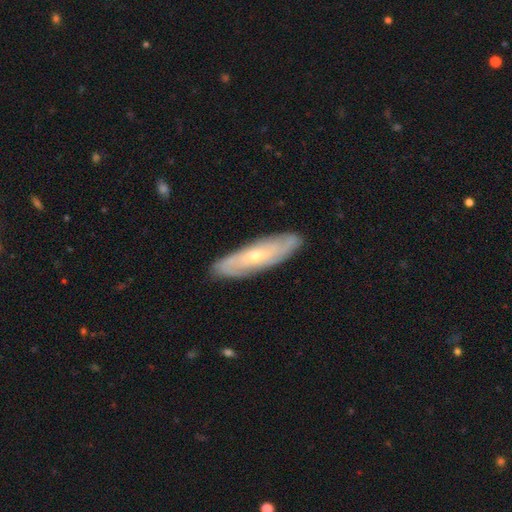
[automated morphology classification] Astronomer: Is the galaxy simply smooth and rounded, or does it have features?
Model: featured or disk — 66%.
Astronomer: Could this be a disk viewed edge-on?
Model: no — 71%.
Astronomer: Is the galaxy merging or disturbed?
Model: none — 87%.